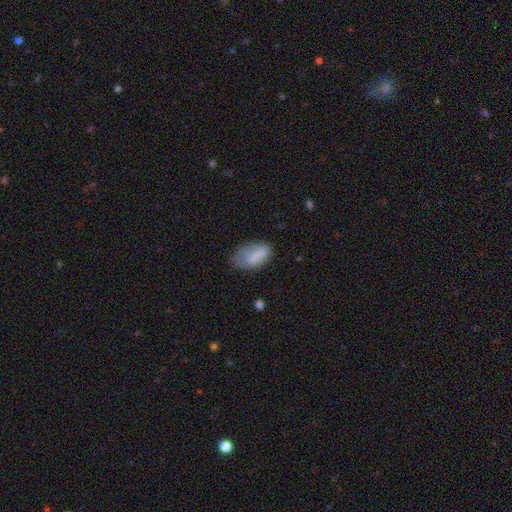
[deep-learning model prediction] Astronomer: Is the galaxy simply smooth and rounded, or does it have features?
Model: smooth — 79%.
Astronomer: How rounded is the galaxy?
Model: in between — 92%.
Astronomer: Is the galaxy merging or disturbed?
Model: none — 45% (runner-up: minor disturbance, 35%).